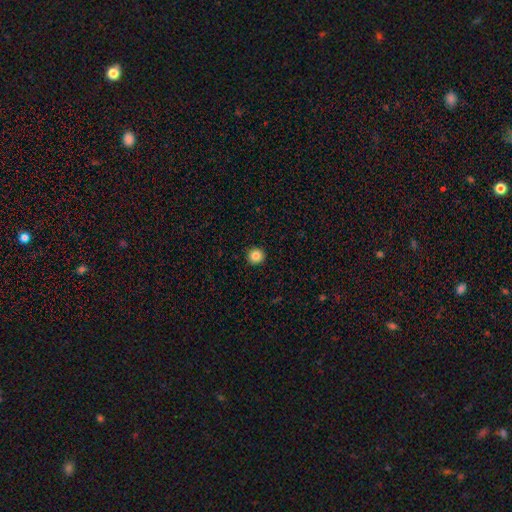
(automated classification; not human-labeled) This is clearly a smooth galaxy (85%). How rounded: clearly round (95%). Merging: clearly none (93%).